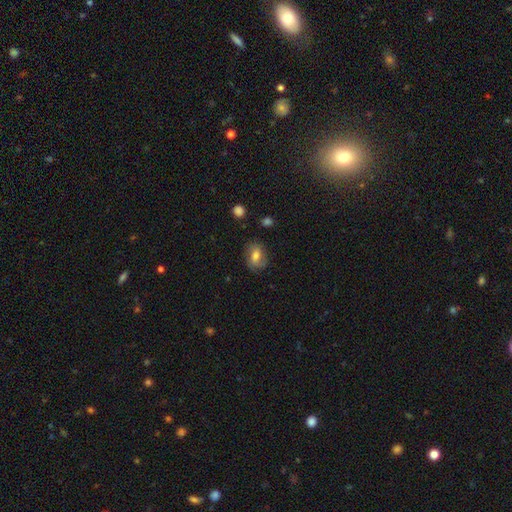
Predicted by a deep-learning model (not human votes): Smooth or featured: smooth — 62% (featured or disk — 29%)
How rounded: in between — 70% (round — 28%)
Merging: none — 73% (minor disturbance — 19%)